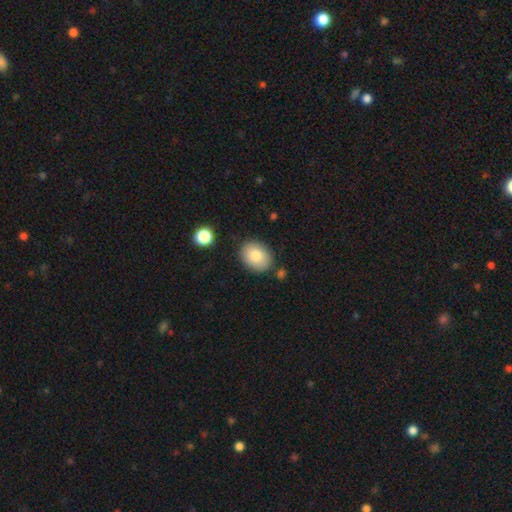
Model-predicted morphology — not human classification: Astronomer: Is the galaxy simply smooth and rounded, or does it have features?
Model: smooth — 82%.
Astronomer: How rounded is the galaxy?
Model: in between — 61% (runner-up: round, 38%).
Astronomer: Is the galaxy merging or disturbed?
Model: none — 82%.